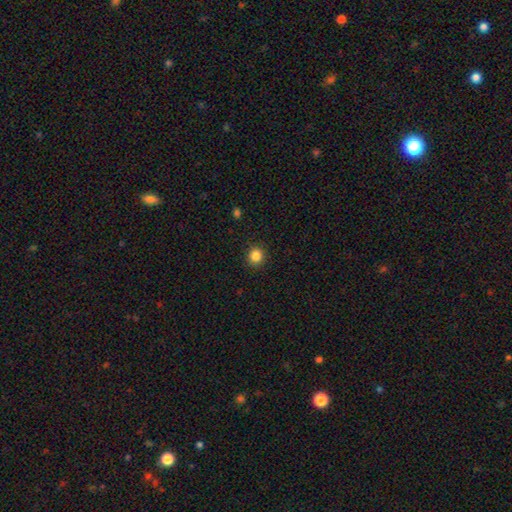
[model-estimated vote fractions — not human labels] Smooth or featured? smooth (85%)
How rounded? round (91%)
Merging? none (92%)